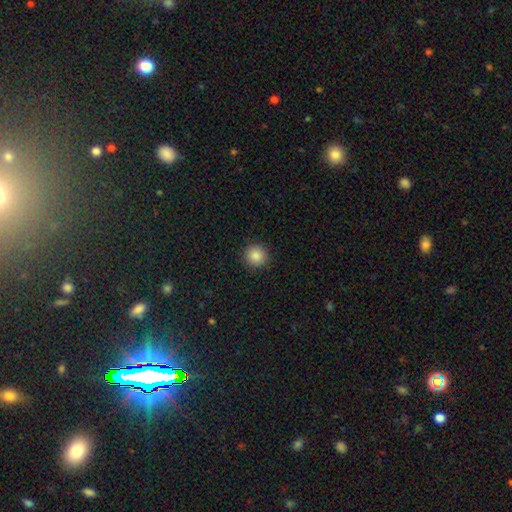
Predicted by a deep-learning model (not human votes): This appears to be a smooth galaxy with no disk features (87%) that is round (94%). Merging: none (92%).